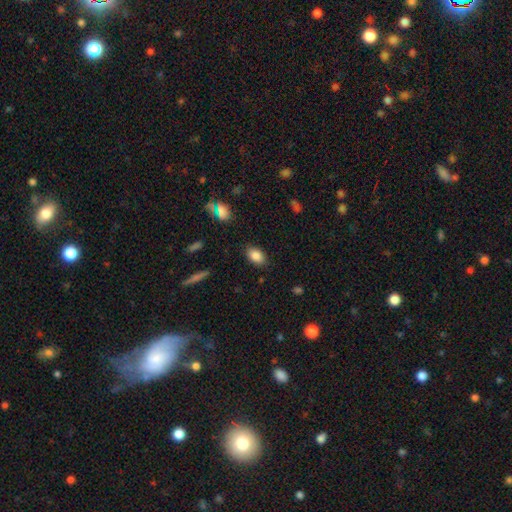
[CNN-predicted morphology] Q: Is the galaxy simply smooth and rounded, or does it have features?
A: smooth — 86%.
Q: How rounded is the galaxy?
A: in between — 88%.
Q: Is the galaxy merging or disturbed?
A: none — 85%.